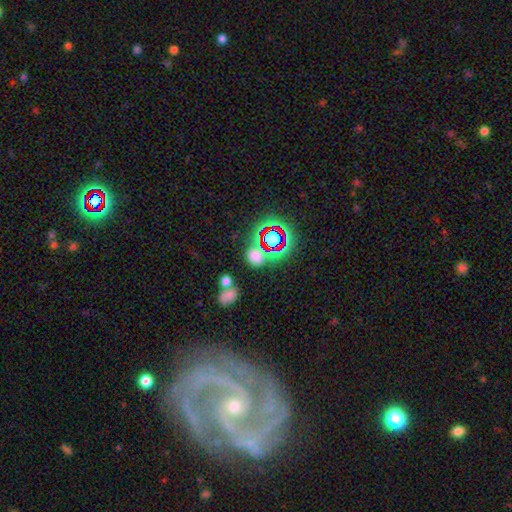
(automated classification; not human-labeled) smooth_or_featured: smooth (p=0.57) [alt: star or artifact p=0.35]
how_rounded: round (p=0.68) [alt: in between p=0.30]
merging: none (p=0.63) [alt: merger p=0.17]